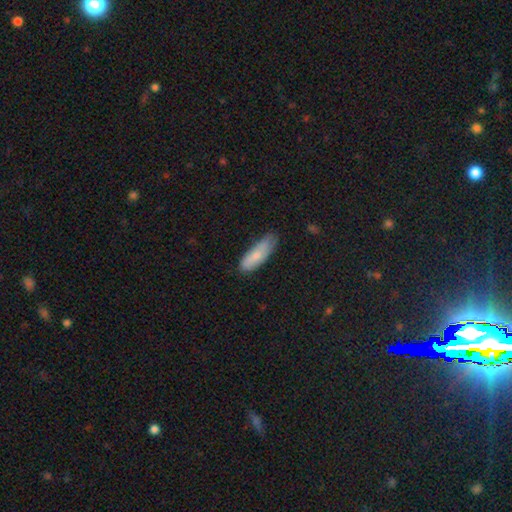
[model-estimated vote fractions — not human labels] A smooth galaxy with no disk features (78%) that is in between round and cigar-shaped (58%). Merging: none (62%).